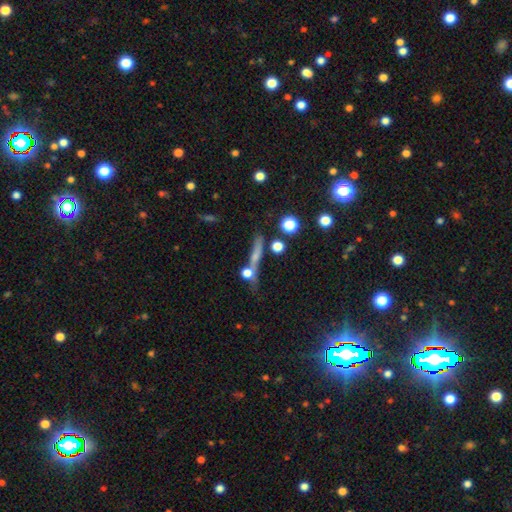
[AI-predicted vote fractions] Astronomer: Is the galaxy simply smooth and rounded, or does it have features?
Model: smooth — 48% (runner-up: featured or disk, 37%).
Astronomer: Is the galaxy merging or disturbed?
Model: none — 60%.